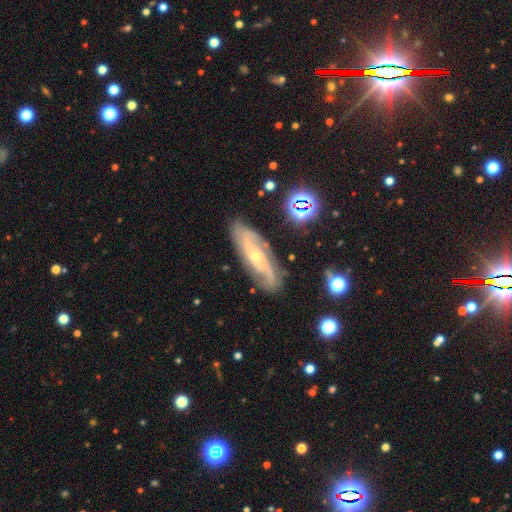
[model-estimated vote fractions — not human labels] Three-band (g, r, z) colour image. It shows a featured or disk galaxy (82%) with no bar (52%), 2 (60%) medium (44%) spiral arms (95%) and a small central bulge (60%). Merging: none (79%).